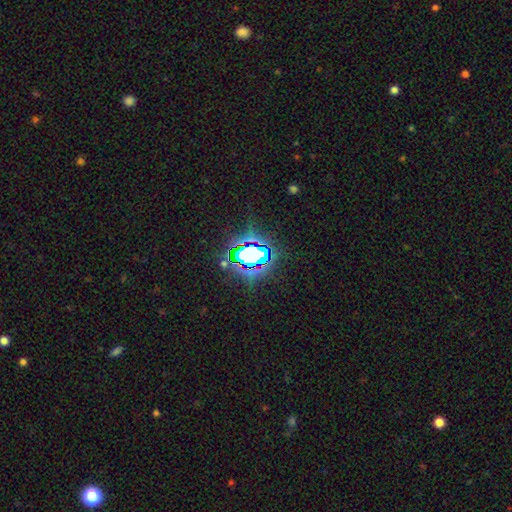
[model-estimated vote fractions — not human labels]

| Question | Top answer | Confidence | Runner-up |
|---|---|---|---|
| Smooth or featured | star or artifact | 68% | smooth (20%) |